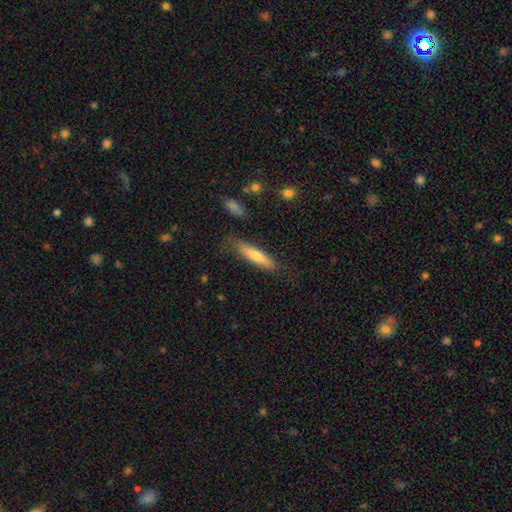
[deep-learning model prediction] Smooth or featured? smooth (66%)
How rounded? cigar-shaped (79%)
Merging? none (74%)